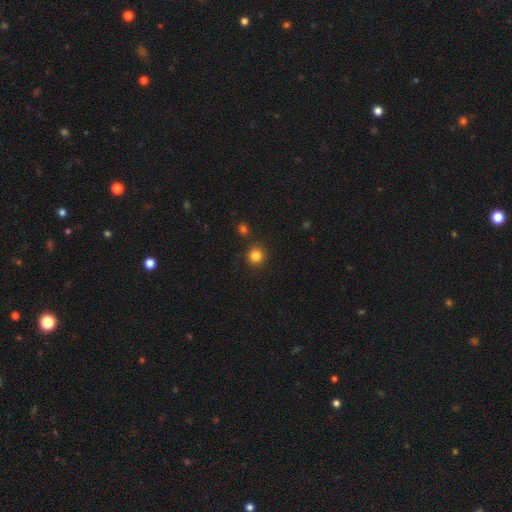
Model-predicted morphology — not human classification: Smooth or featured: smooth — 83% (star or artifact — 13%)
How rounded: round — 93% (in between — 6%)
Merging: none — 89% (minor disturbance — 6%)